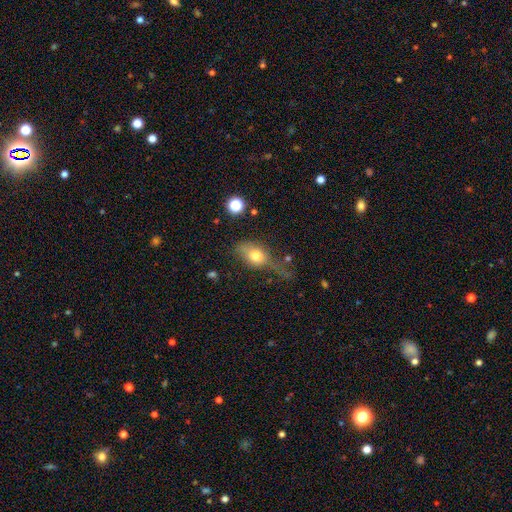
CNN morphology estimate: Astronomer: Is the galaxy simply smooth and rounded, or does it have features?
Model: smooth — 68%.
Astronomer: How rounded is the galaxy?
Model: in between — 71%.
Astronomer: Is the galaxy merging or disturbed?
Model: none — 33% (runner-up: major disturbance, 32%).